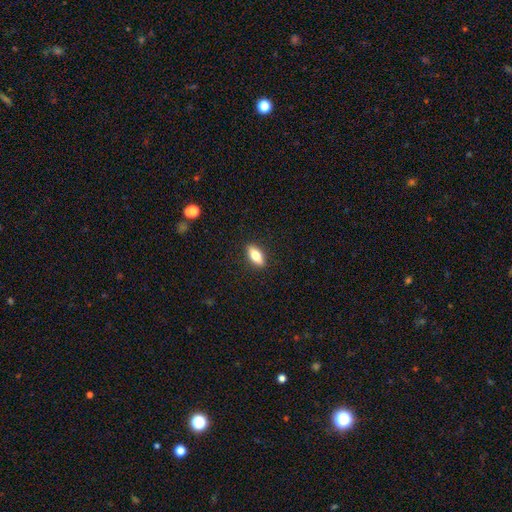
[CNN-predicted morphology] Smooth or featured?
  - smooth: 73% *
  - featured or disk: 20%
  - star or artifact: 7%
How rounded?
  - in between: 77% *
  - cigar-shaped: 20%
  - round: 3%
Merging?
  - none: 89% *
  - minor disturbance: 8%
  - major disturbance: 2%
  - merger: 1%